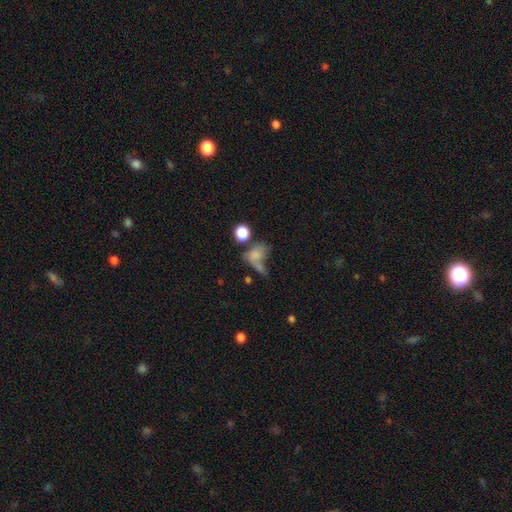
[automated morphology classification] This is likely a smooth galaxy (68%). How rounded: likely in between (64%). Merging: marginally merger (33%).